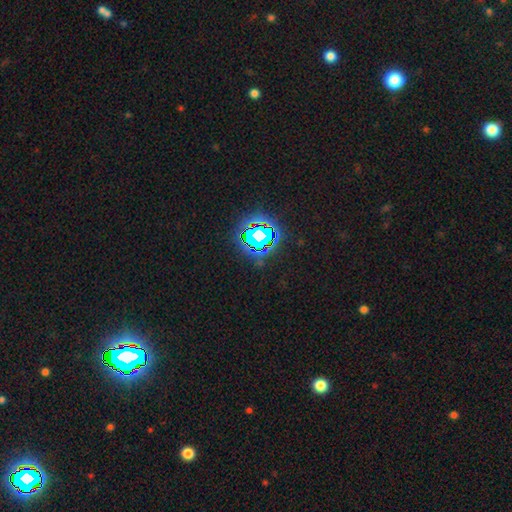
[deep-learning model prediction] Smooth or featured?
  - star or artifact: 81% *
  - smooth: 12%
  - featured or disk: 7%